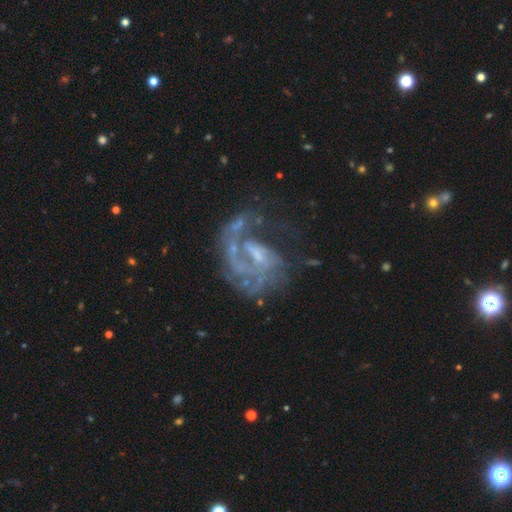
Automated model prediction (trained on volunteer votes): smooth_or_featured: featured or disk (p=0.82) [alt: star or artifact p=0.09]
disk_edge_on: no (p=0.98) [alt: yes p=0.02]
bar: weak (p=0.46) [alt: no p=0.40]
has_spiral_arms: yes (p=0.81) [alt: no p=0.19]
spiral_winding: medium (p=0.41) [alt: loose p=0.30]
spiral_arm_count: 1 (p=0.52) [alt: 2 p=0.20]
bulge_size: small (p=0.41) [alt: none p=0.32]
merging: none (p=0.39) [alt: major disturbance p=0.38]